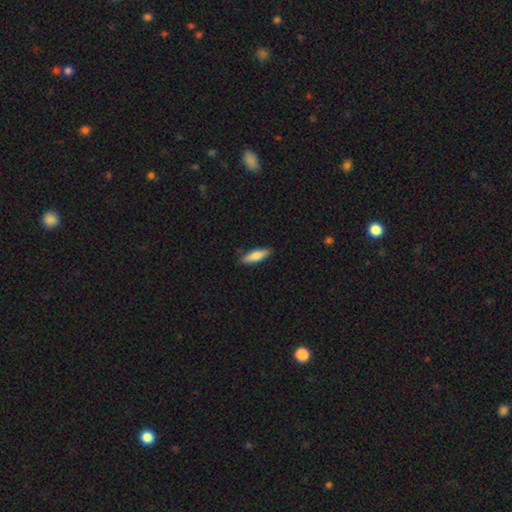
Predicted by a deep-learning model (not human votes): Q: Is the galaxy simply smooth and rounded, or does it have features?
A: smooth — 74%.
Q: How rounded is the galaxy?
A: cigar-shaped — 58%.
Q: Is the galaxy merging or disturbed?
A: none — 85%.